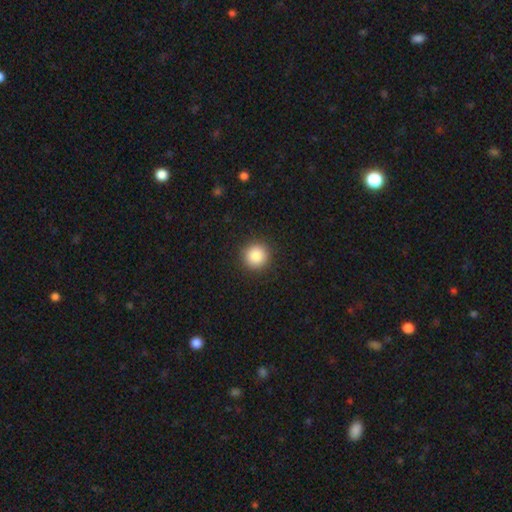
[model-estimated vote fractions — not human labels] The model was most divided on "smooth or featured": smooth: 85%, star or artifact: 9%, featured or disk: 5%. More confident: how rounded — round (95%); merging — none (92%).